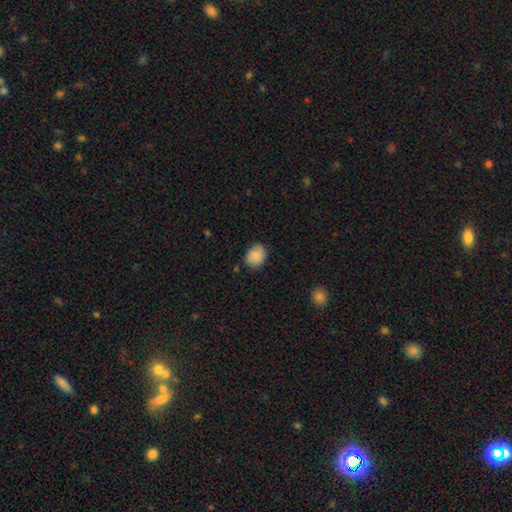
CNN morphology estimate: smooth-or-featured: smooth: 87% | star or artifact: 8% | featured or disk: 5%
  how-rounded: round: 50% | in between: 49% | cigar-shaped: 1%
  merging: none: 76% | minor disturbance: 19% | major disturbance: 3% | merger: 1%